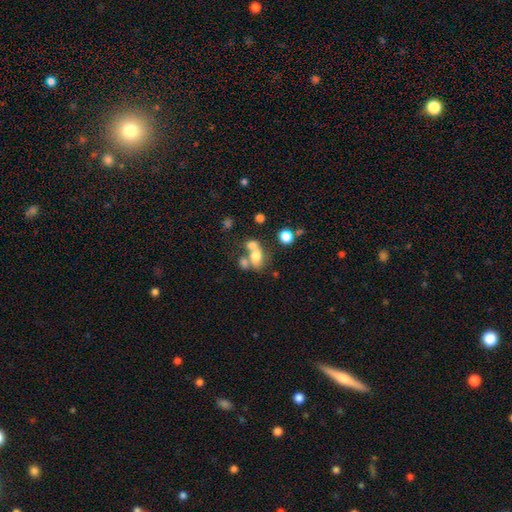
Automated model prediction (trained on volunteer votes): The model was most divided on "merging": merger: 48%, none: 32%, minor disturbance: 11%, major disturbance: 9%. More confident: how rounded — in between (68%); smooth or featured — smooth (66%).